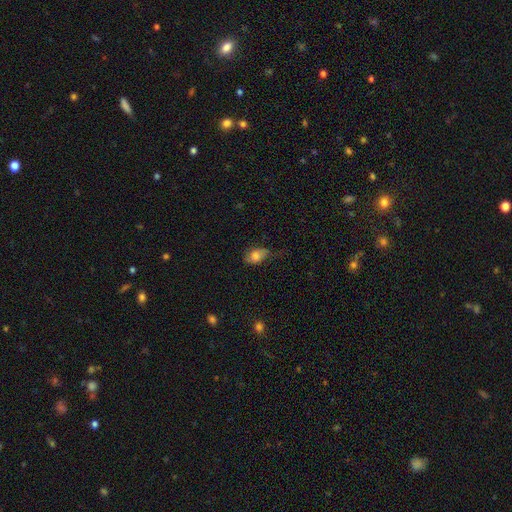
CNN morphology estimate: Smooth or featured? smooth (74%)
How rounded? in between (85%)
Merging? none (50%)